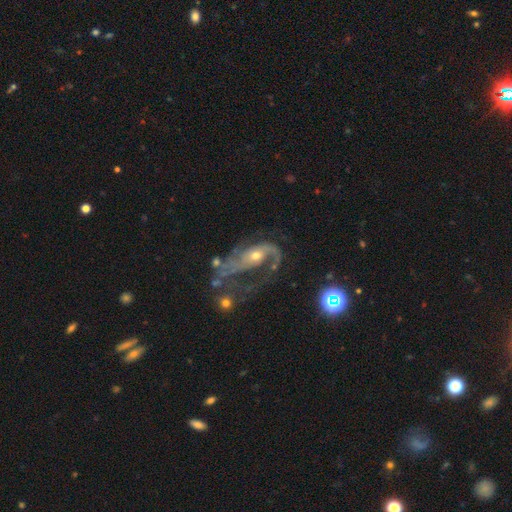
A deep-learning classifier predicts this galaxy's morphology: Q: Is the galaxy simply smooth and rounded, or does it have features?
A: featured or disk — 84%.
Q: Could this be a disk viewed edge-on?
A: no — 96%.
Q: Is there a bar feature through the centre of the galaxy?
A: no — 62%.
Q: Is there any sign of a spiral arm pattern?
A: yes — 92%.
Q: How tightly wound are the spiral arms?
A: loose — 51%.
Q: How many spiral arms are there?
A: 2 — 54%.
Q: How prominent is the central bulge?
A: moderate — 53%.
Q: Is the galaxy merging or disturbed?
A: major disturbance — 43%.